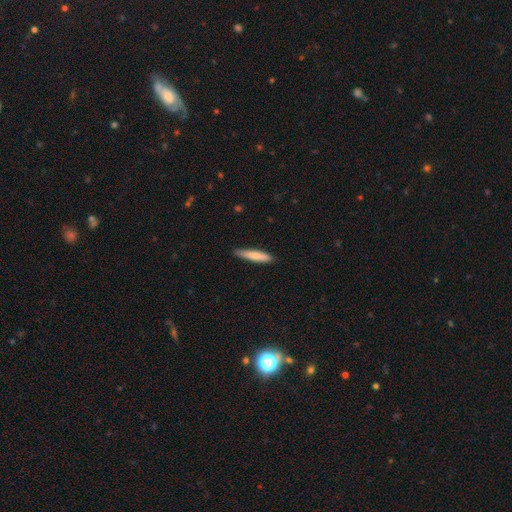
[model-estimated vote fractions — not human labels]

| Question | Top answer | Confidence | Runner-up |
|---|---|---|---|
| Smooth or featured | smooth | 79% | featured or disk (16%) |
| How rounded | cigar-shaped | 88% | in between (11%) |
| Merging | none | 84% | minor disturbance (13%) |